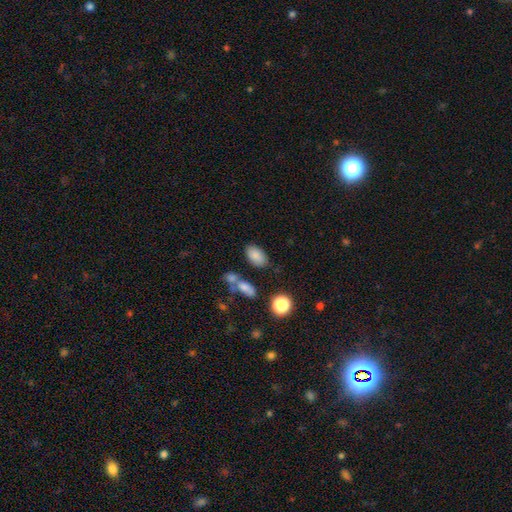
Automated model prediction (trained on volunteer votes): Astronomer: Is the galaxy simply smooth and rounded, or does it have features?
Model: smooth — 84%.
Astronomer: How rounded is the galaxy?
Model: in between — 90%.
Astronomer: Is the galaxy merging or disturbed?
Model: none — 73%.